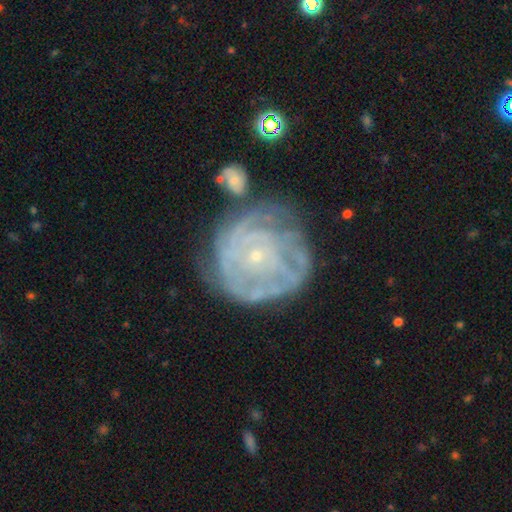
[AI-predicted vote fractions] The model was most divided on "spiral arm count": can't tell: 45%, 3: 16%, 4: 14%, 2: 12%, more than 4: 7%, 1: 6%. More confident: edge-on disk — no (98%); bulge size — small (87%); spiral arms — yes (86%); smooth or featured — featured or disk (81%); bar — no (80%); spiral winding — tight (77%); merging — none (57%).